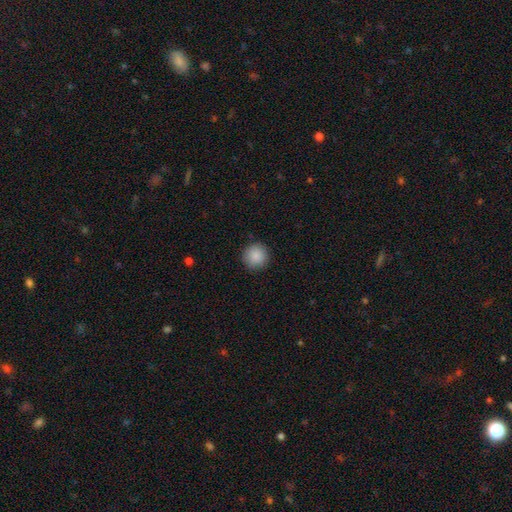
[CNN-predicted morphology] smooth-or-featured: smooth: 89% | star or artifact: 8% | featured or disk: 3%
  how-rounded: round: 95% | in between: 4% | cigar-shaped: 1%
  merging: none: 91% | minor disturbance: 6% | major disturbance: 2% | merger: 1%